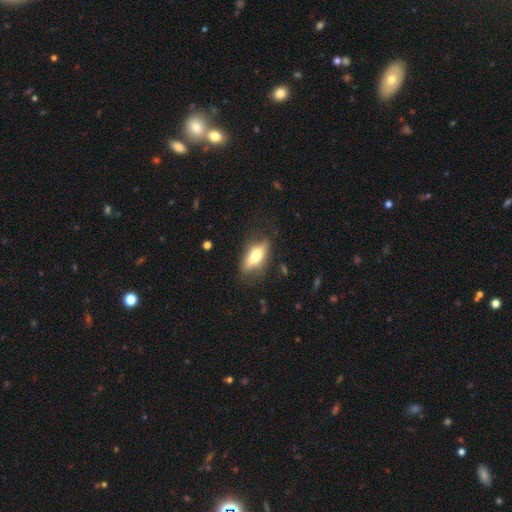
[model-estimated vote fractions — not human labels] Overall: smooth (64%; featured or disk 29%). How rounded: in between (77%). Merging: none (74%).